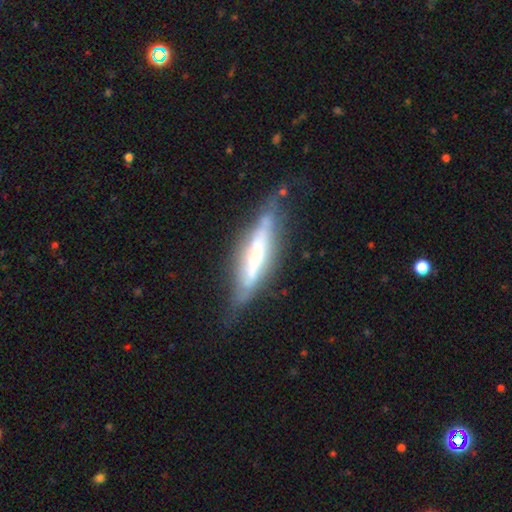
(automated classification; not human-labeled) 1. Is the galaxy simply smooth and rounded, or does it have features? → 67% featured or disk, 27% smooth, 6% star or artifact.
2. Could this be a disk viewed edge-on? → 76% yes, 24% no.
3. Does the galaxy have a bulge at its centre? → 34% rounded, 33% boxy, 32% none.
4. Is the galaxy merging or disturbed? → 61% none, 26% minor disturbance, 10% major disturbance, 3% merger.